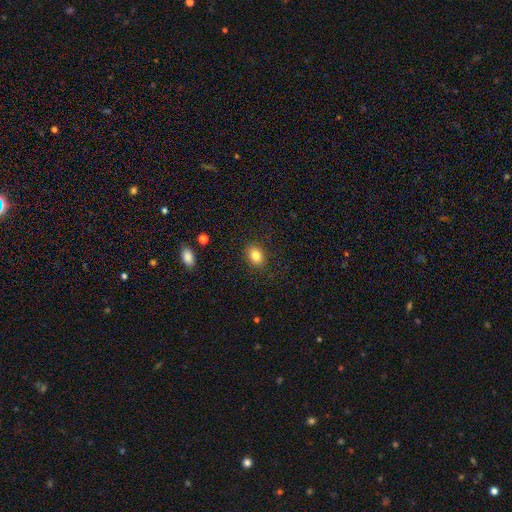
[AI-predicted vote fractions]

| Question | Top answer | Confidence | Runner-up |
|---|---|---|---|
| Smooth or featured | smooth | 83% | star or artifact (10%) |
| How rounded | in between | 60% | round (39%) |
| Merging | none | 87% | minor disturbance (9%) |